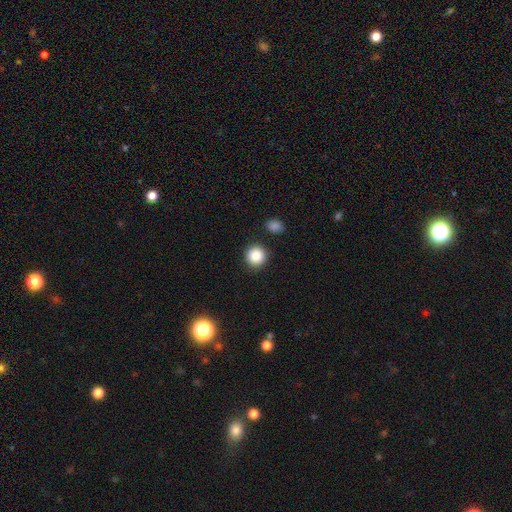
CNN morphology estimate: smooth-or-featured: smooth: 87% | star or artifact: 9% | featured or disk: 3%
  how-rounded: round: 94% | in between: 5% | cigar-shaped: 1%
  merging: none: 88% | minor disturbance: 6% | merger: 3% | major disturbance: 2%